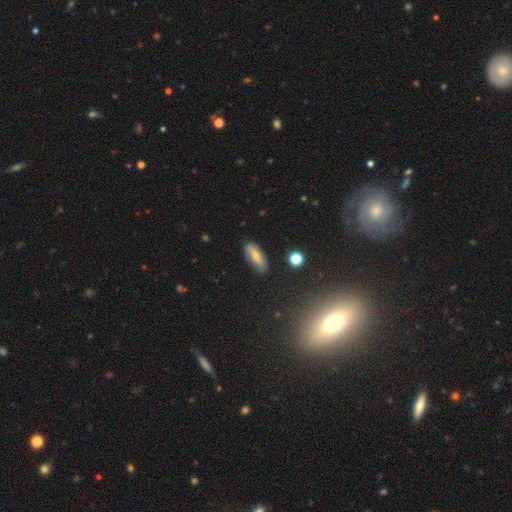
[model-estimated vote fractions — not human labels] The model was most divided on "smooth or featured": smooth: 57%, featured or disk: 35%, star or artifact: 8%. More confident: merging — none (80%); how rounded — in between (70%).